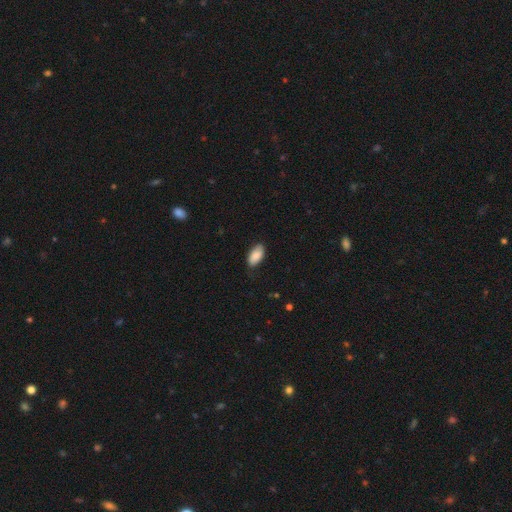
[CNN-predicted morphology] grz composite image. It shows a smooth galaxy with no disk features (85%) that is in between round and cigar-shaped (94%). Merging: none (78%).